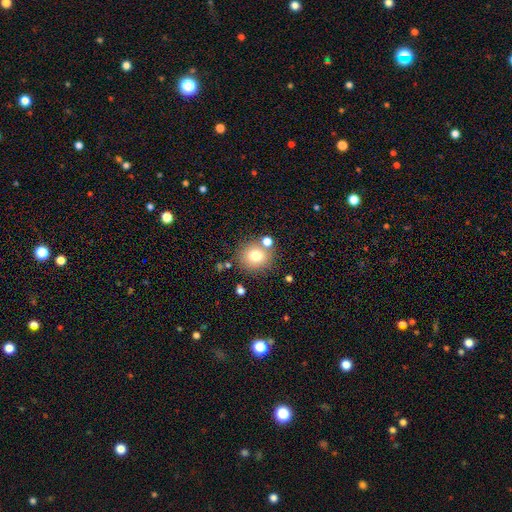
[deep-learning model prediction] This is likely a smooth galaxy (75%). How rounded: clearly round (85%). Merging: likely none (75%).